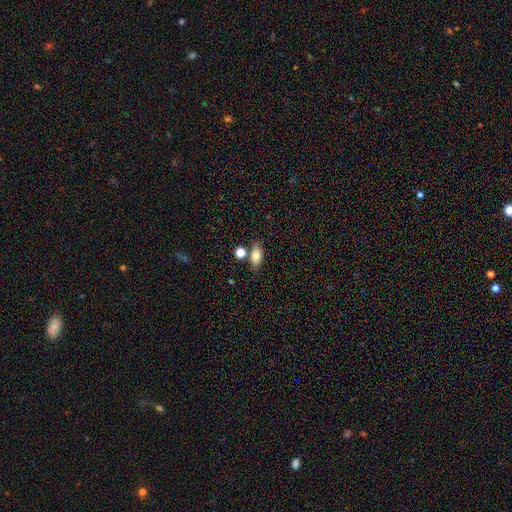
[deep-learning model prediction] smooth-or-featured: smooth: 80% | featured or disk: 11% | star or artifact: 9%
  how-rounded: in between: 85% | round: 9% | cigar-shaped: 6%
  merging: none: 71% | merger: 14% | minor disturbance: 12% | major disturbance: 3%